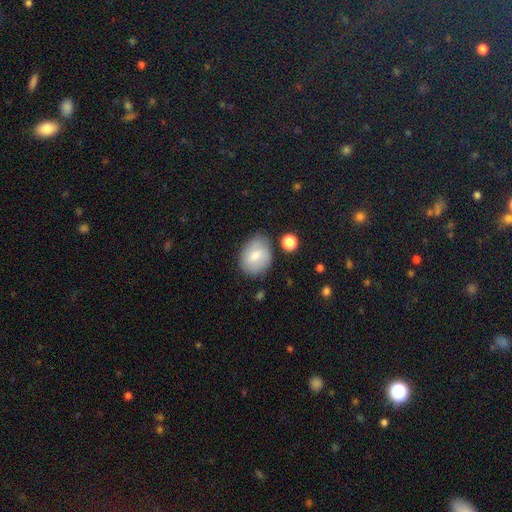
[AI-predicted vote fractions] This appears to be a smooth galaxy with no disk features (73%) that is in between round and cigar-shaped (60%). Merging: none (71%).